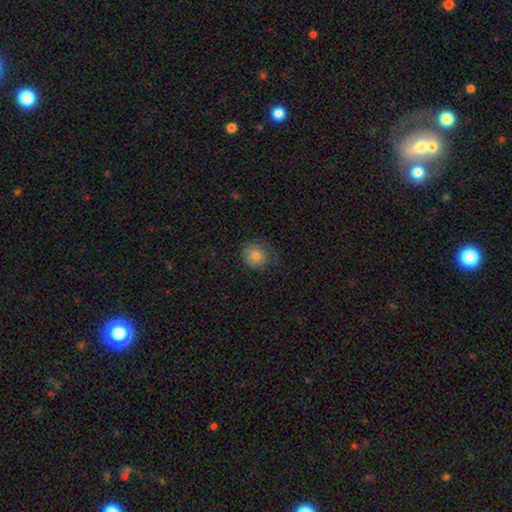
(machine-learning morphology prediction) This is clearly a smooth galaxy (80%). How rounded: clearly round (84%). Merging: likely none (71%).